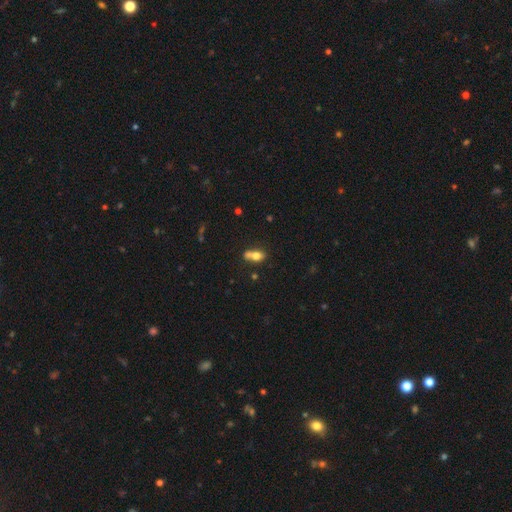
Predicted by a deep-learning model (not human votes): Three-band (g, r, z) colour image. It shows a smooth galaxy with no disk features (71%) that is in between round and cigar-shaped (68%). Merging: merger (42%).